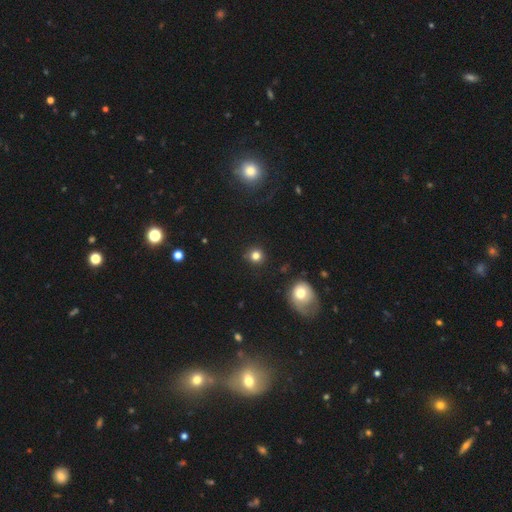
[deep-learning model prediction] This is likely a smooth galaxy (79%). How rounded: clearly round (92%). Merging: clearly none (89%).